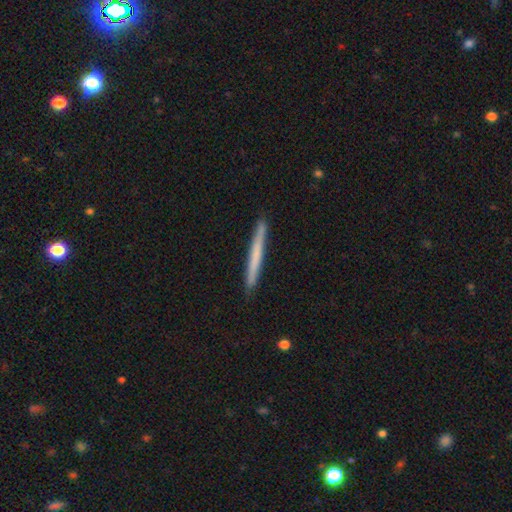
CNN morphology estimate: A smooth galaxy with no disk features (59%) that is cigar-shaped (97%).

Vote fractions:
- Smooth or featured? smooth: 59% / featured or disk: 36% / star or artifact: 5%
- How rounded? cigar-shaped: 97% / in between: 1% / round: 1%
- Merging? none: 91% / minor disturbance: 7% / major disturbance: 1% / merger: 1%